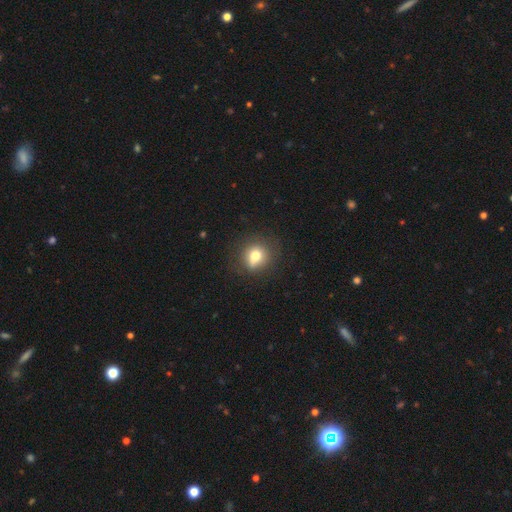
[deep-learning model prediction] Smooth or featured?
  - smooth: 73% *
  - featured or disk: 15%
  - star or artifact: 12%
How rounded?
  - round: 76% *
  - in between: 23%
  - cigar-shaped: 1%
Merging?
  - none: 73% *
  - minor disturbance: 18%
  - major disturbance: 6%
  - merger: 3%